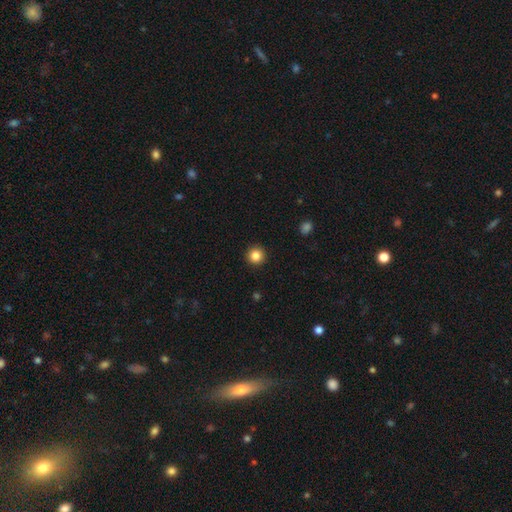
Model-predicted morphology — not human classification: A smooth galaxy with no disk features (84%) that is round (96%).

Vote fractions:
- Smooth or featured? smooth: 84% / star or artifact: 11% / featured or disk: 5%
- How rounded? round: 96% / in between: 3% / cigar-shaped: 1%
- Merging? none: 93% / minor disturbance: 4% / major disturbance: 2% / merger: 1%